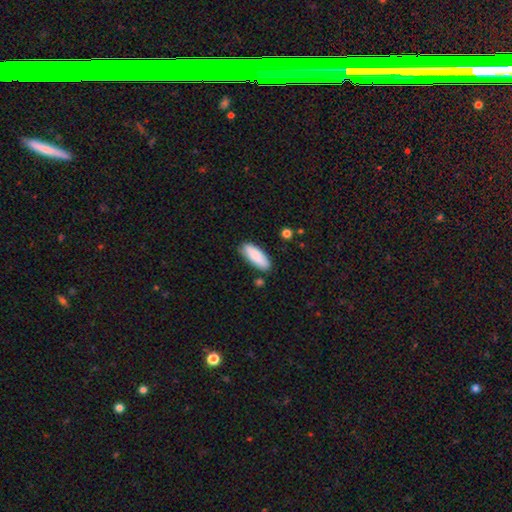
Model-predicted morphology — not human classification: This appears to be a smooth galaxy with no disk features (87%) that is in between round and cigar-shaped (69%). Merging: none (80%).